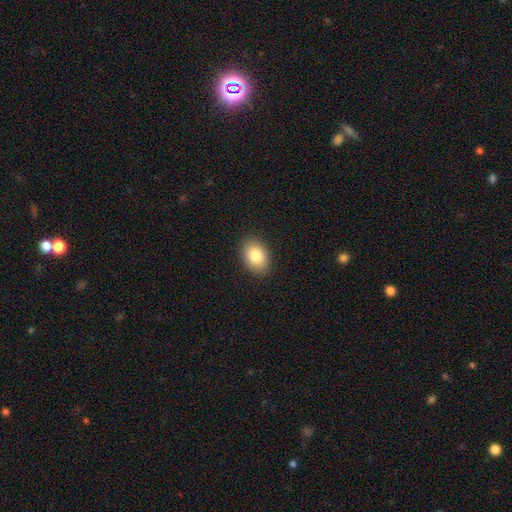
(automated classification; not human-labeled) This is clearly a smooth galaxy (84%). How rounded: clearly in between (81%). Merging: clearly none (89%).